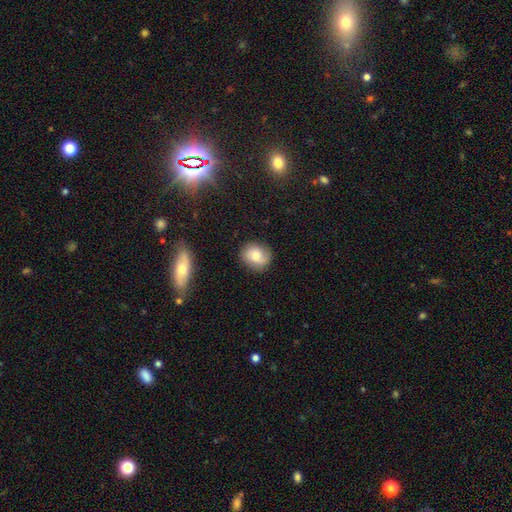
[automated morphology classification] smooth_or_featured: smooth (p=0.69) [alt: featured or disk p=0.22]
how_rounded: round (p=0.71) [alt: in between p=0.28]
merging: none (p=0.79) [alt: minor disturbance p=0.16]